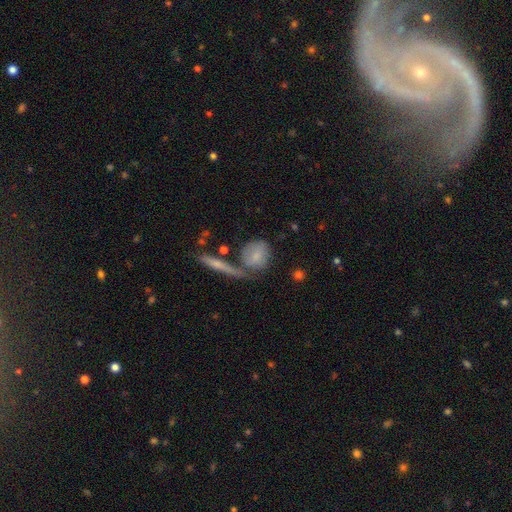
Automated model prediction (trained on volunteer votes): This appears to be a smooth galaxy with no disk features (70%) that is round (60%). Merging: none (53%).